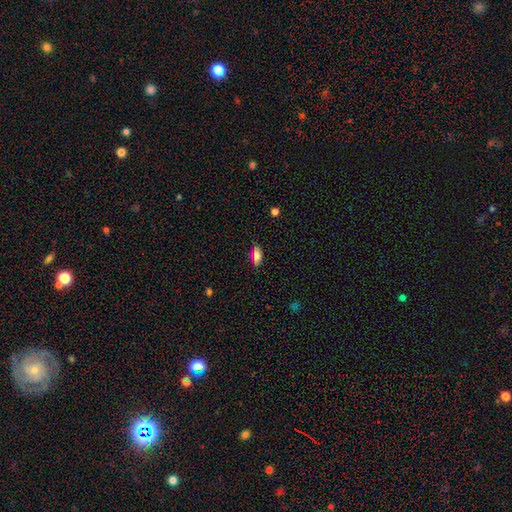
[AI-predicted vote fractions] Smooth or featured? Predicted: smooth (p=0.72). How rounded? Predicted: in between (p=0.85). Merging? Predicted: none (p=0.82).